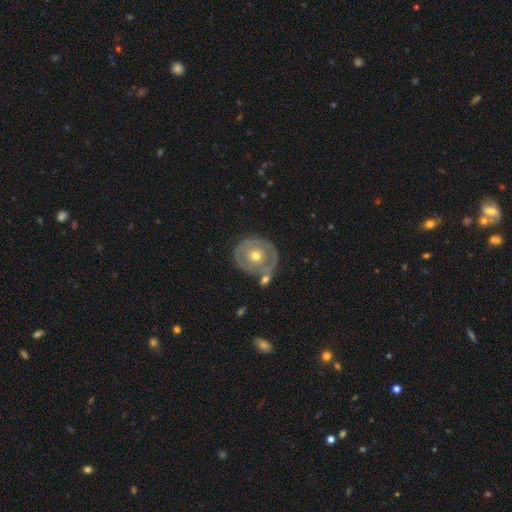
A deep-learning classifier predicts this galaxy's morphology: type=featured or disk (65%); edge-on=no (96%); bar=no (88%); spiral arms=no (64%); bulge=moderate (63%); merging=none (68%).